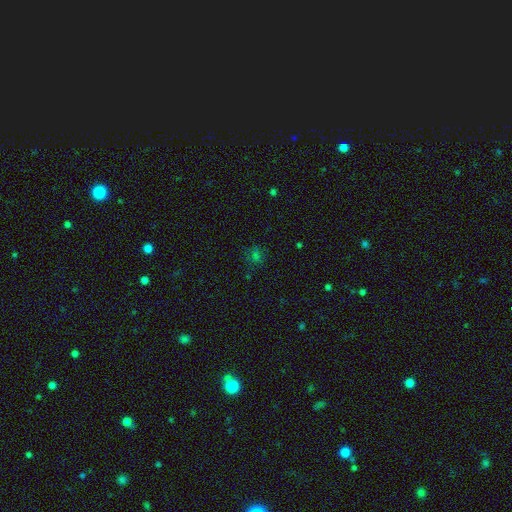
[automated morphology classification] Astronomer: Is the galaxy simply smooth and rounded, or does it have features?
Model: smooth — 52% (runner-up: star or artifact, 39%).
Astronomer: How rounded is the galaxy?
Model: round — 75%.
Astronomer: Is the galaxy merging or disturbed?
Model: none — 79%.